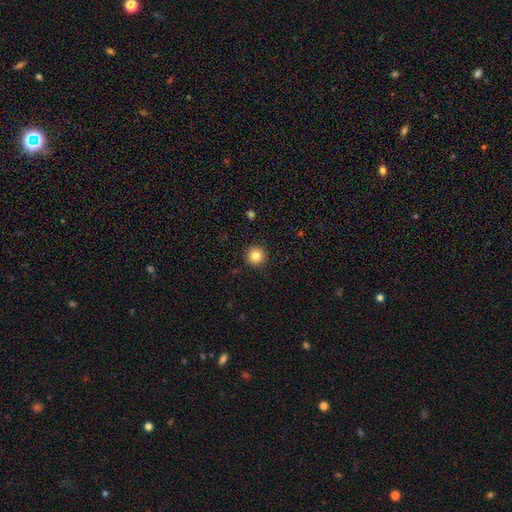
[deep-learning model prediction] A smooth galaxy with no disk features (83%) that is round (96%).

Vote fractions:
- Smooth or featured? smooth: 83% / star or artifact: 11% / featured or disk: 7%
- How rounded? round: 96% / in between: 3% / cigar-shaped: 1%
- Merging? none: 92% / minor disturbance: 5% / major disturbance: 2% / merger: 1%